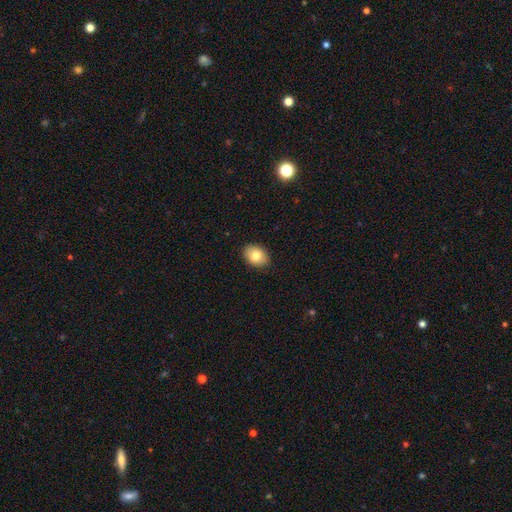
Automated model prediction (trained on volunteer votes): The model was most divided on "how rounded": in between: 71%, round: 28%, cigar-shaped: 1%. More confident: merging — none (89%); smooth or featured — smooth (81%).